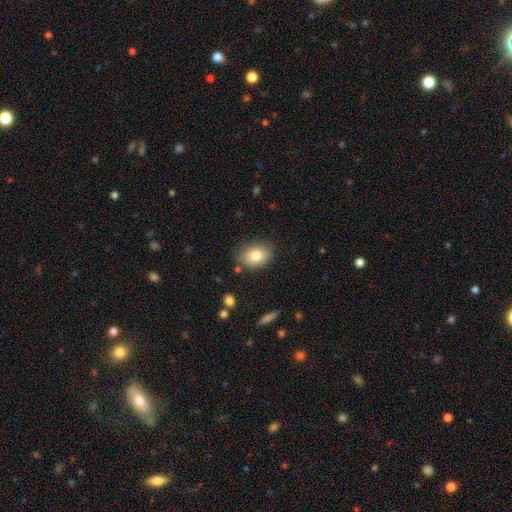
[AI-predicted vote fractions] Smooth or featured? smooth (81%)
How rounded? in between (75%)
Merging? none (79%)